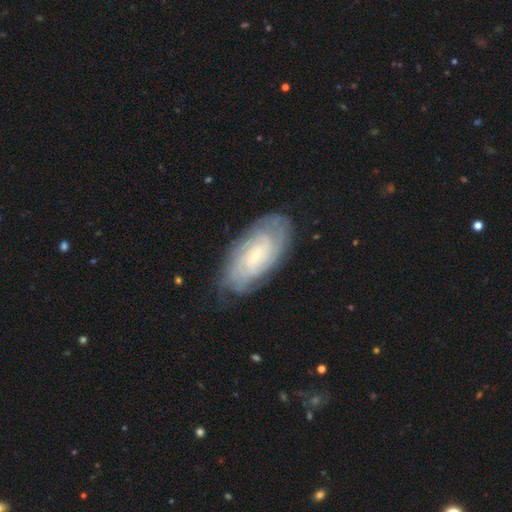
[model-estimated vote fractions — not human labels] smooth_or_featured: featured or disk (p=0.76) [alt: smooth p=0.17]
disk_edge_on: no (p=0.94) [alt: yes p=0.06]
bar: no (p=0.57) [alt: weak p=0.35]
has_spiral_arms: yes (p=0.94) [alt: no p=0.06]
spiral_winding: tight (p=0.75) [alt: medium p=0.20]
spiral_arm_count: can't tell (p=0.49) [alt: 4 p=0.15]
bulge_size: small (p=0.78) [alt: moderate p=0.13]
merging: none (p=0.79) [alt: minor disturbance p=0.16]